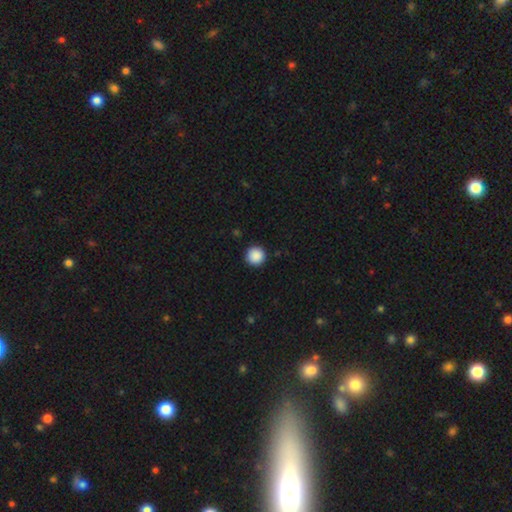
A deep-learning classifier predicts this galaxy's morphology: Smooth or featured?
  - smooth: 89% *
  - star or artifact: 9%
  - featured or disk: 2%
How rounded?
  - round: 96% *
  - in between: 3%
  - cigar-shaped: 1%
Merging?
  - none: 93% *
  - minor disturbance: 5%
  - major disturbance: 2%
  - merger: 1%